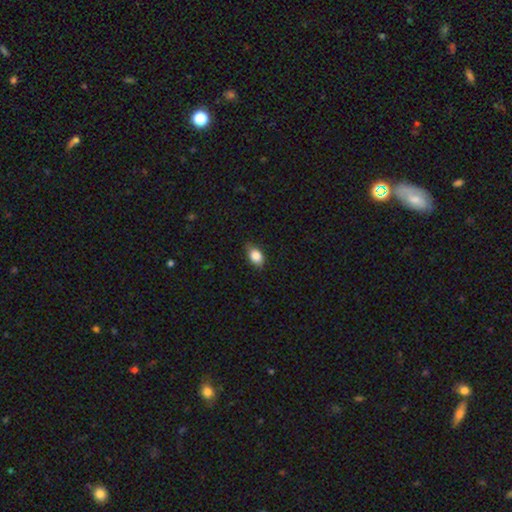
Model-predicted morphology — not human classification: Smooth or featured: smooth — 85% (star or artifact — 8%)
How rounded: in between — 83% (round — 15%)
Merging: none — 76% (minor disturbance — 19%)